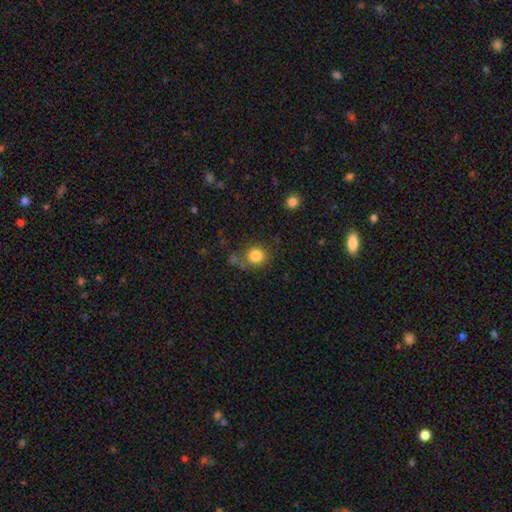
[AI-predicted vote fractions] smooth 83%, star or artifact 11%, featured or disk 6%. Down the decision tree: how rounded — round (88%); merging — none (74%).